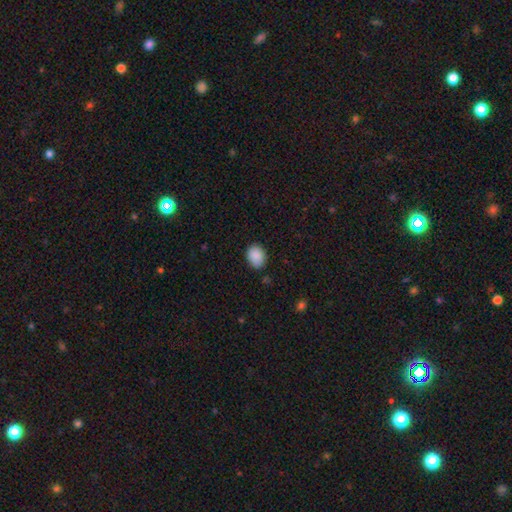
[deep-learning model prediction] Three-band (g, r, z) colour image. It shows a smooth galaxy with no disk features (89%) that is in between round and cigar-shaped (64%). Merging: none (75%).